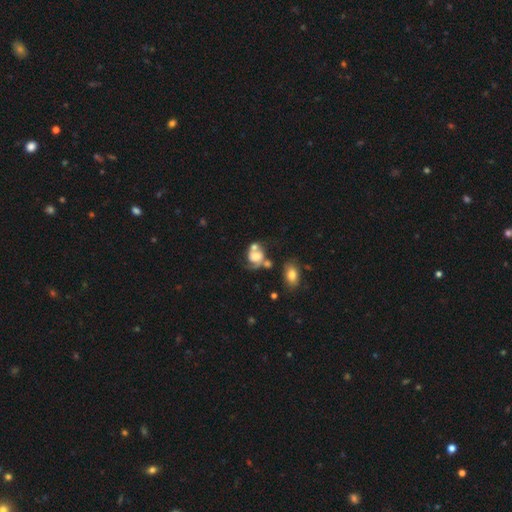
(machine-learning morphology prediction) This appears to be a featured or disk galaxy (58%) with no bar (71%), spiral arms (77%) and a moderate central bulge (32%). Merging: merger (34%).